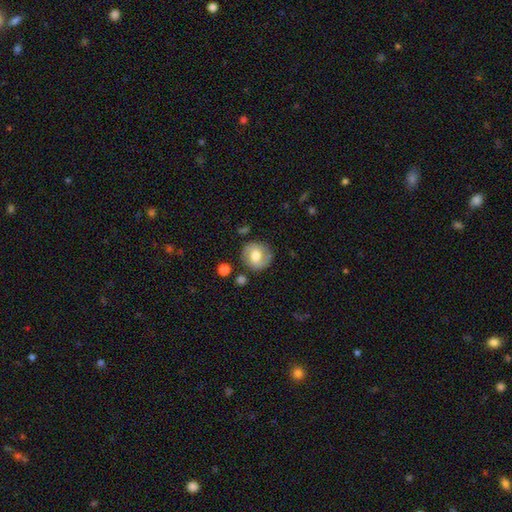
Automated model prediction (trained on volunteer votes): Smooth or featured? Predicted: smooth (p=0.50). How rounded? Predicted: round (p=0.84). Merging? Predicted: none (p=0.78).